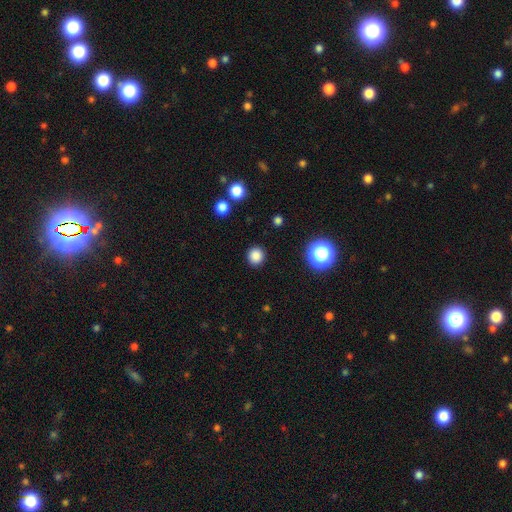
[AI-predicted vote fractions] This appears to be a smooth galaxy with no disk features (84%) that is round (91%). Merging: none (90%).